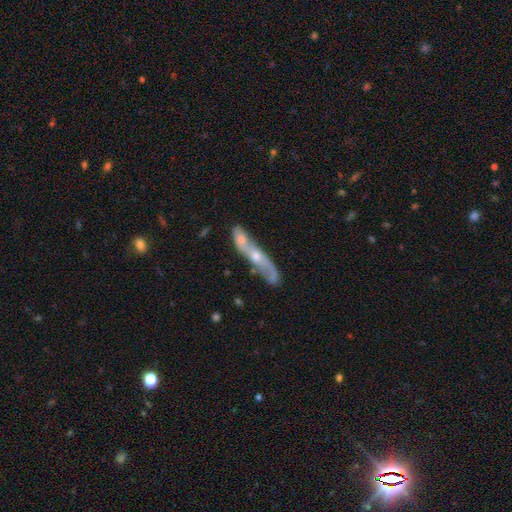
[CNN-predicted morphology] smooth-or-featured: featured or disk: 66% | smooth: 26% | star or artifact: 7%
  disk-edge-on: no: 57% | yes: 43%
  merging: none: 38% | merger: 36% | minor disturbance: 16% | major disturbance: 10%